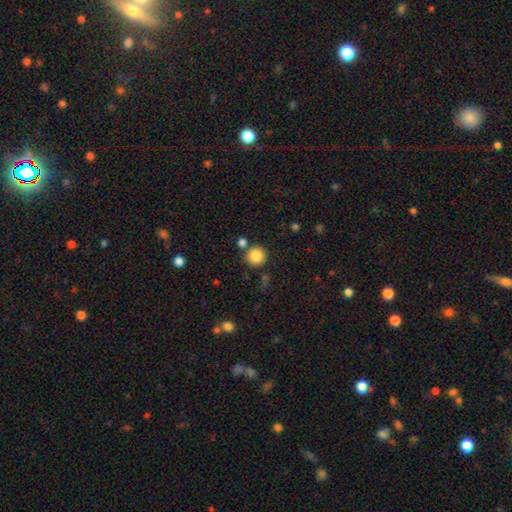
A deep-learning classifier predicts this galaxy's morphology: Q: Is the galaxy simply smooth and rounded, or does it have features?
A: smooth — 86%.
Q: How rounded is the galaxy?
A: round — 94%.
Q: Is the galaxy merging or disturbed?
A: none — 80%.